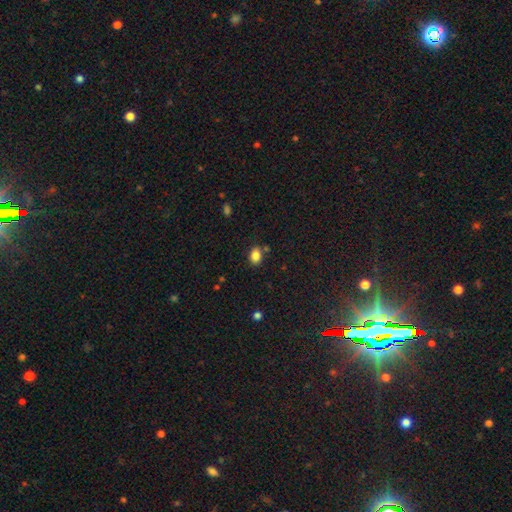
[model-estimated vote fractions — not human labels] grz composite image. It shows a smooth galaxy with no disk features (85%) that is in between round and cigar-shaped (73%). Merging: none (76%).